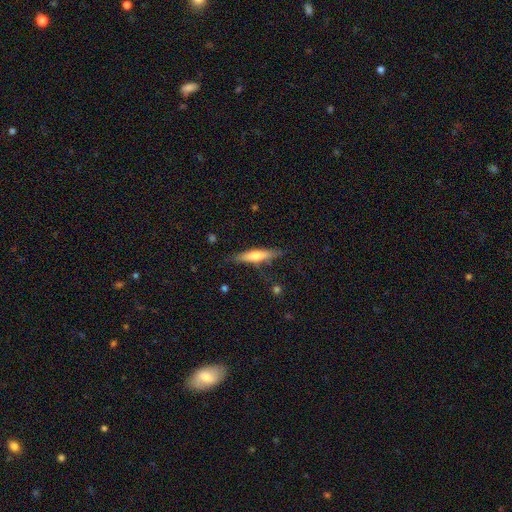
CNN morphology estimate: type=smooth (55%); roundness=cigar-shaped (80%); merging=none (80%).